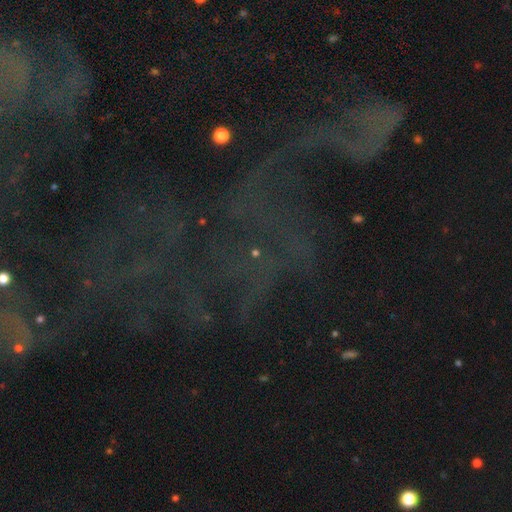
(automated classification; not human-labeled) The model was most divided on "smooth or featured": star or artifact: 58%, featured or disk: 27%, smooth: 15%.